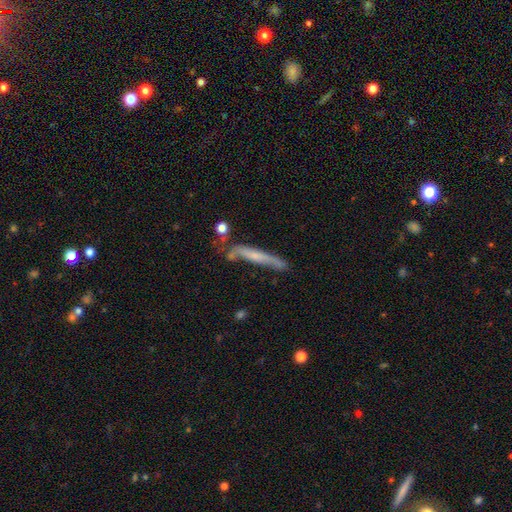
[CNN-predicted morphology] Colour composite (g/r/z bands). It shows a featured or disk galaxy (48%). Merging: none (53%).